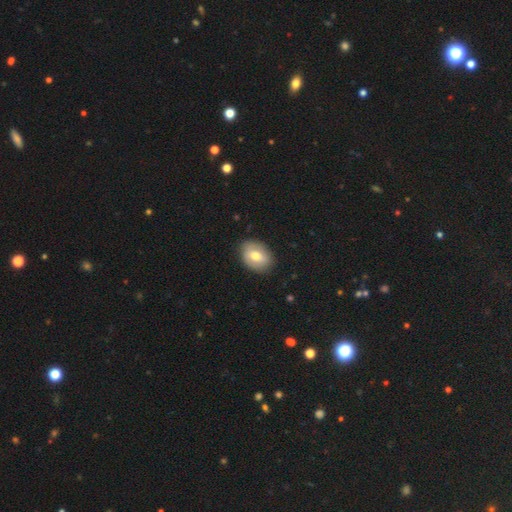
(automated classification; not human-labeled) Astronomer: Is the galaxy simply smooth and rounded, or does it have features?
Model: smooth — 62%.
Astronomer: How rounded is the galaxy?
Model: in between — 70%.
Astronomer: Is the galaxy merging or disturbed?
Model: none — 83%.